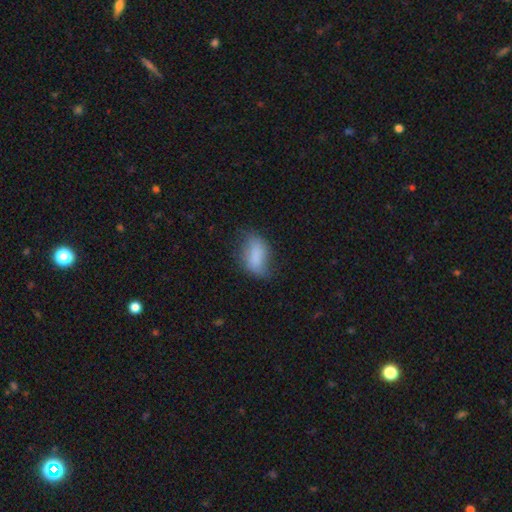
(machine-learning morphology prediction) Smooth or featured?
  - smooth: 72% *
  - featured or disk: 20%
  - star or artifact: 8%
How rounded?
  - in between: 87% *
  - round: 7%
  - cigar-shaped: 5%
Merging?
  - none: 53% *
  - minor disturbance: 32%
  - major disturbance: 13%
  - merger: 2%